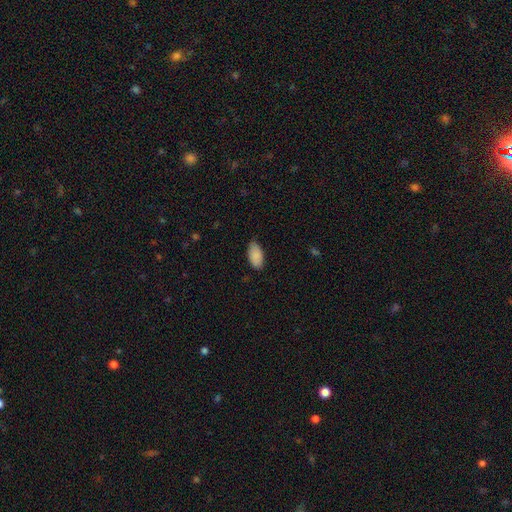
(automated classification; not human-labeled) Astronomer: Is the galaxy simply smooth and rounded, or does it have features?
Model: smooth — 89%.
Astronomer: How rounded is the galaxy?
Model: in between — 94%.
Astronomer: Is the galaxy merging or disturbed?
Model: none — 73%.